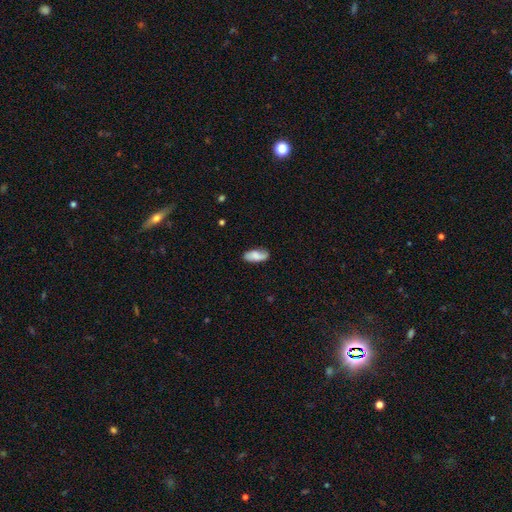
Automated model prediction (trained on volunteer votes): smooth 74%, featured or disk 19%, star or artifact 7%. Down the decision tree: how rounded — in between (86%); merging — none (77%).